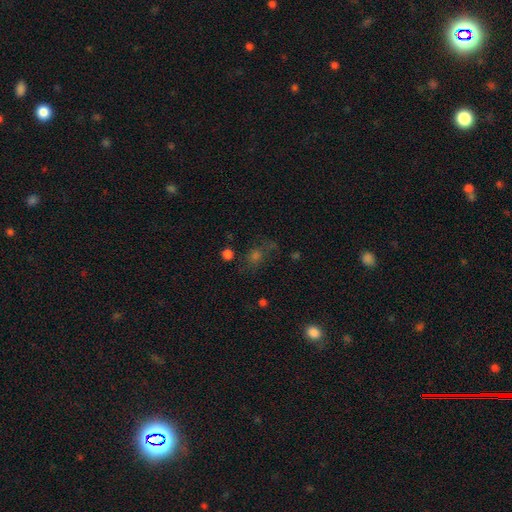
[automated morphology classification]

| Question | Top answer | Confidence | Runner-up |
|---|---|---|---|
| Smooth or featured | smooth | 42% | star or artifact (41%) |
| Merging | none | 64% | minor disturbance (17%) |